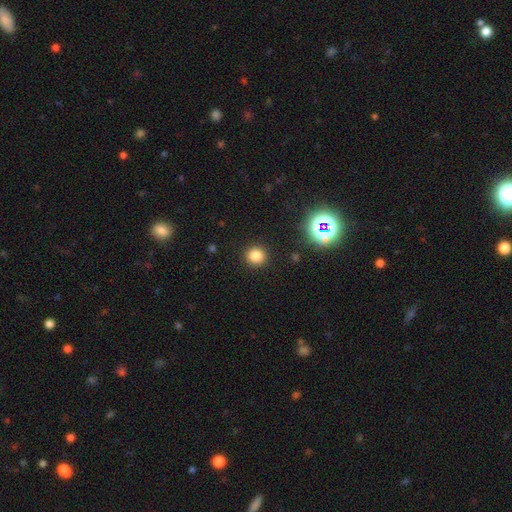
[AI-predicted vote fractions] Smooth or featured? Predicted: smooth (p=0.80). How rounded? Predicted: round (p=0.92). Merging? Predicted: none (p=0.92).